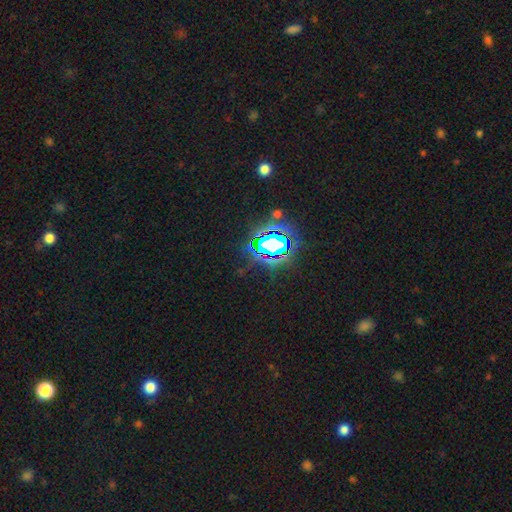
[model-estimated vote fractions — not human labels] Smooth or featured? Predicted: star or artifact (p=0.80).